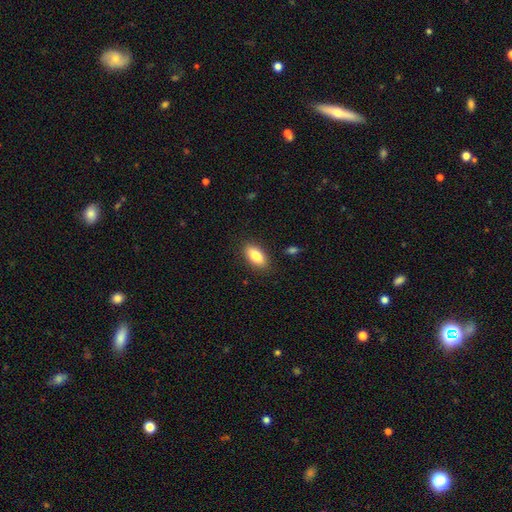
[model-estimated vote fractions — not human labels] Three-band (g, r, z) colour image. It shows a smooth galaxy with no disk features (83%) that is in between round and cigar-shaped (90%). Merging: none (87%).